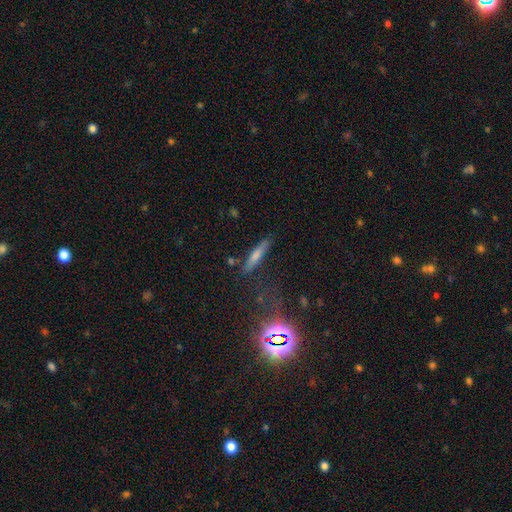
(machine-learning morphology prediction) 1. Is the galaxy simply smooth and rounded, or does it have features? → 50% smooth, 33% featured or disk, 18% star or artifact.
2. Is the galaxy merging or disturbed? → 79% none, 13% minor disturbance, 4% major disturbance, 3% merger.